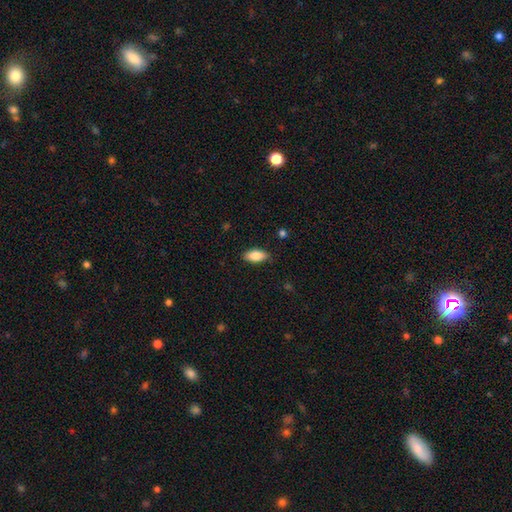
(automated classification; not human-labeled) The model was most divided on "merging": none: 85%, minor disturbance: 12%, major disturbance: 2%, merger: 1%. More confident: how rounded — in between (90%); smooth or featured — smooth (84%).